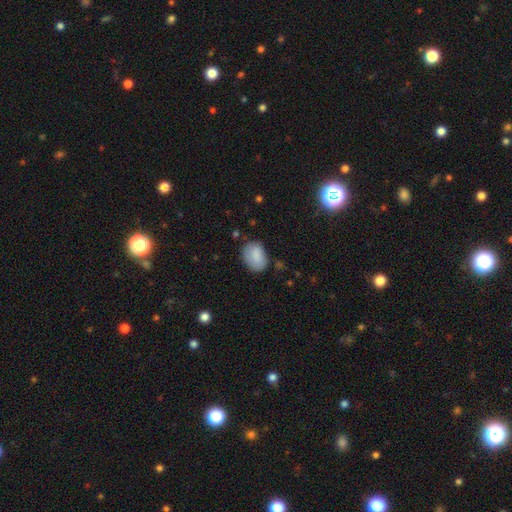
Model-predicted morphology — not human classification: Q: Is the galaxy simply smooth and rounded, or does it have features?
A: smooth — 85%.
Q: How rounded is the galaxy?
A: in between — 75%.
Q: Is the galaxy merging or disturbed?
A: none — 67%.